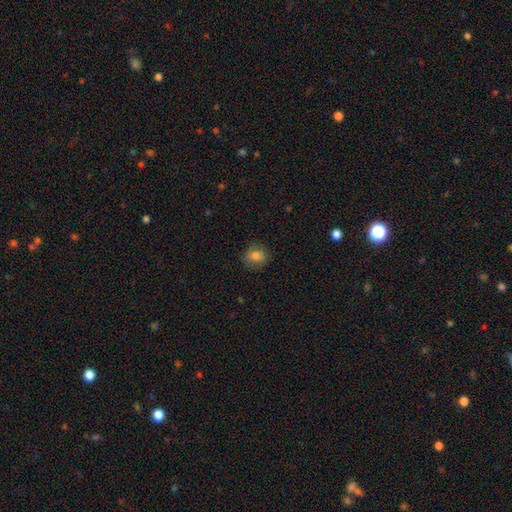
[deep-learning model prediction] This appears to be a smooth galaxy with no disk features (81%) that is round (66%). Merging: none (84%).